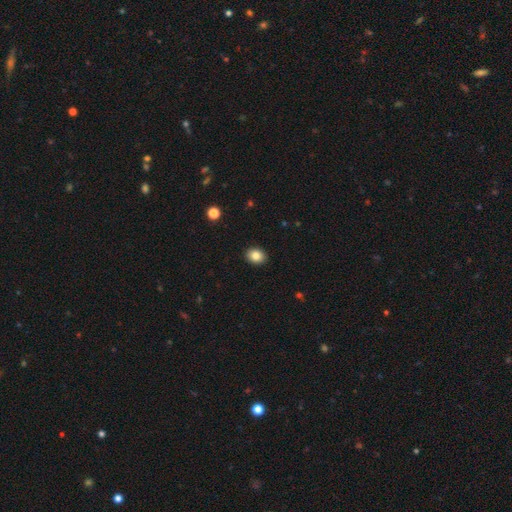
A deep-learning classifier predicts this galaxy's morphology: smooth_or_featured: smooth (p=0.85) [alt: star or artifact p=0.09]
how_rounded: in between (p=0.59) [alt: round p=0.40]
merging: none (p=0.91) [alt: minor disturbance p=0.06]